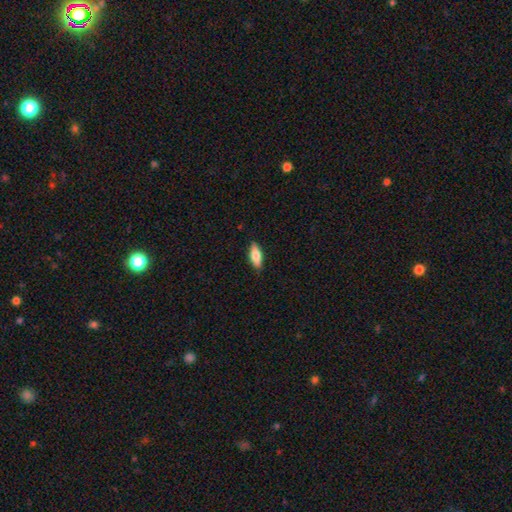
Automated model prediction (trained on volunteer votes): Morphology: type=smooth (67%); roundness=in between (63%); merging=none (88%).